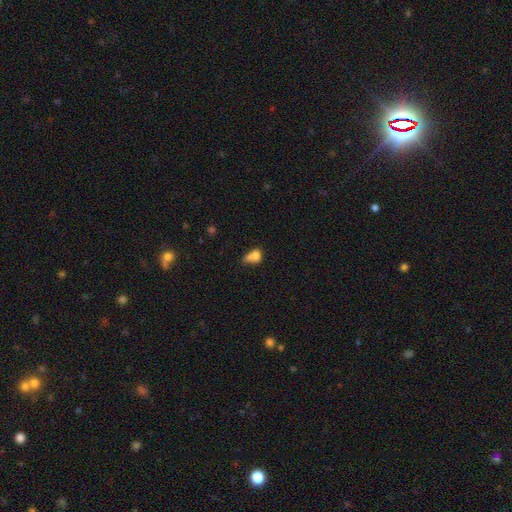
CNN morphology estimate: This is likely a smooth galaxy (73%). How rounded: likely in between (66%). Merging: marginally merger (39%).